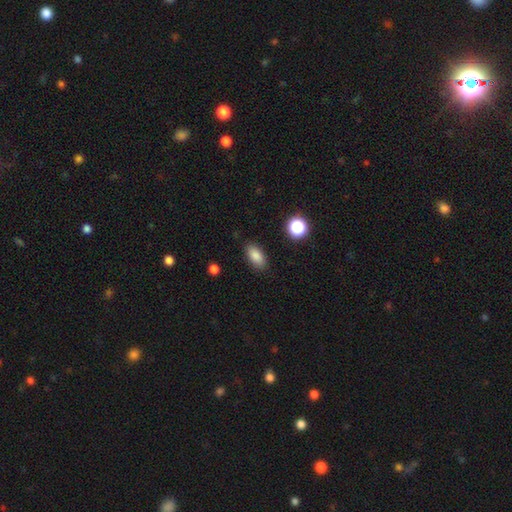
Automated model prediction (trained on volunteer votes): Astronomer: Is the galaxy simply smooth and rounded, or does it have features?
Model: smooth — 85%.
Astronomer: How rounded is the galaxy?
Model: in between — 88%.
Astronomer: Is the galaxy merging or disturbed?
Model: none — 87%.